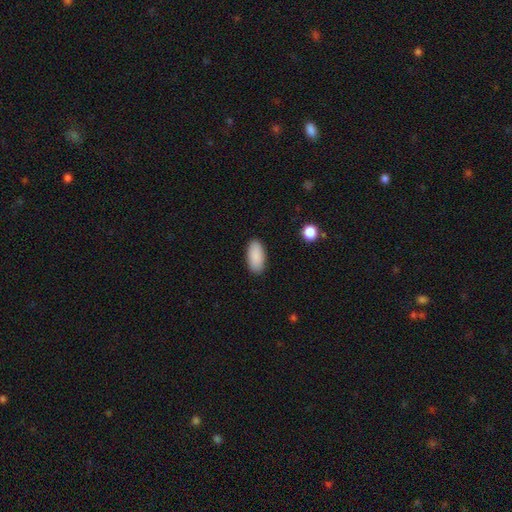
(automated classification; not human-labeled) A smooth galaxy with no disk features (90%) that is in between round and cigar-shaped (92%). Merging: none (89%).